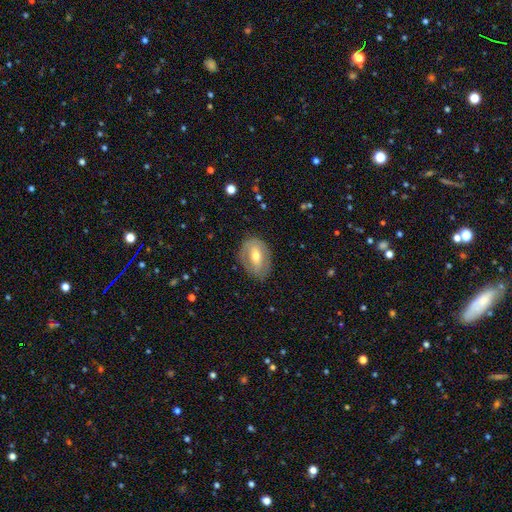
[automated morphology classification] smooth_or_featured: featured or disk (p=0.48) [alt: smooth p=0.45]
merging: none (p=0.76) [alt: minor disturbance p=0.17]